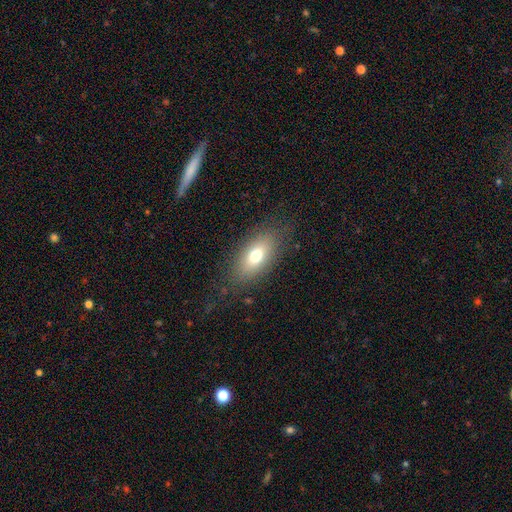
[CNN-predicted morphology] Smooth or featured? Predicted: smooth (p=0.72). How rounded? Predicted: in between (p=0.85). Merging? Predicted: none (p=0.80).